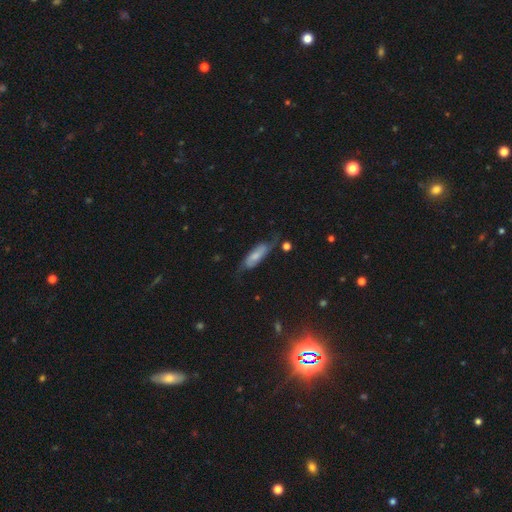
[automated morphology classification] A featured or disk galaxy (49%).

Vote fractions:
- Smooth or featured? featured or disk: 49% / smooth: 43% / star or artifact: 8%
- Merging? none: 54% / minor disturbance: 29% / major disturbance: 14% / merger: 3%